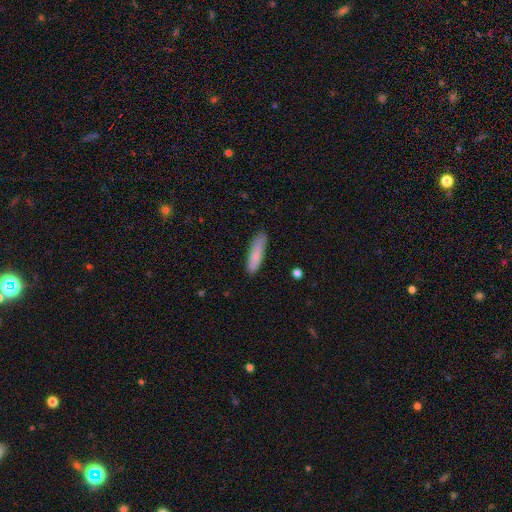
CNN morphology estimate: type=smooth (83%); roundness=cigar-shaped (76%); merging=none (80%).